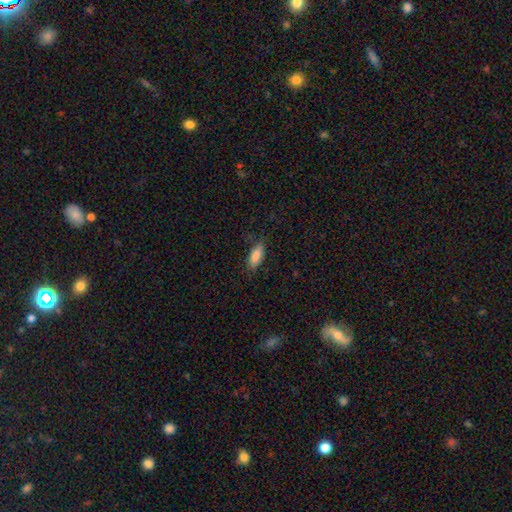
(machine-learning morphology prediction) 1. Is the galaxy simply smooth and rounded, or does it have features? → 85% smooth, 8% featured or disk, 7% star or artifact.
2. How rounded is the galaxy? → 77% in between, 22% cigar-shaped, 2% round.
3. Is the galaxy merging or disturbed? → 78% none, 17% minor disturbance, 4% major disturbance, 1% merger.